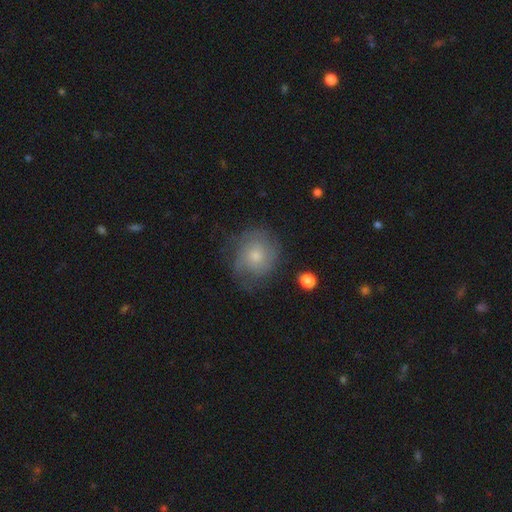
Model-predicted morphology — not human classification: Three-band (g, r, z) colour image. It shows a featured or disk galaxy (50%). Merging: none (64%).